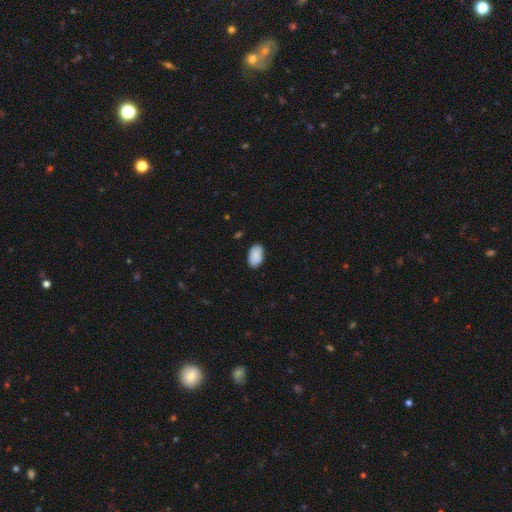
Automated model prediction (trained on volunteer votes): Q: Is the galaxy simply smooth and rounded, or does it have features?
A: smooth — 89%.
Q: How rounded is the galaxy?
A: in between — 93%.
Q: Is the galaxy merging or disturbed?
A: none — 83%.